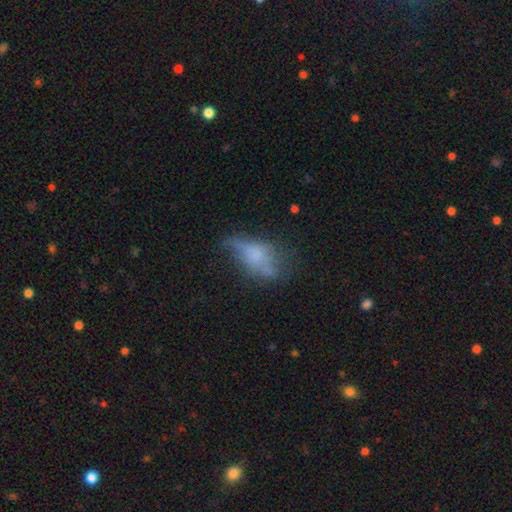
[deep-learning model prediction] Smooth or featured: smooth — 48% (featured or disk — 40%)
Merging: none — 34% (minor disturbance — 31%)